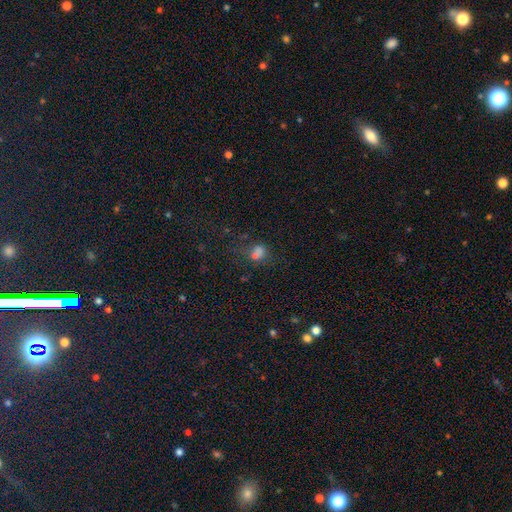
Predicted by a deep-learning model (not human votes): A smooth galaxy with no disk features (55%) that is round (54%). Merging: none (47%).